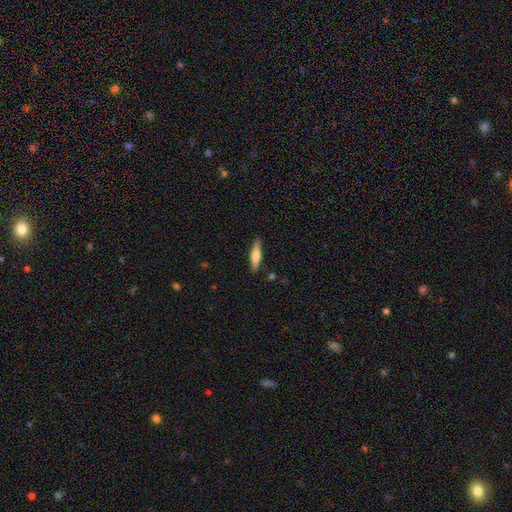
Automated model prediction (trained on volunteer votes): smooth_or_featured: smooth (p=0.53) [alt: featured or disk p=0.41]
how_rounded: cigar-shaped (p=0.77) [alt: in between p=0.21]
merging: none (p=0.87) [alt: minor disturbance p=0.09]